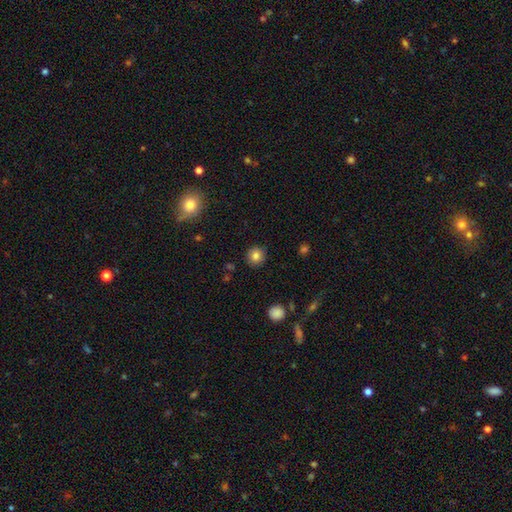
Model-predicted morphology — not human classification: Smooth or featured?
  - smooth: 83% *
  - star or artifact: 11%
  - featured or disk: 6%
How rounded?
  - round: 91% *
  - in between: 8%
  - cigar-shaped: 1%
Merging?
  - none: 89% *
  - minor disturbance: 7%
  - major disturbance: 2%
  - merger: 1%